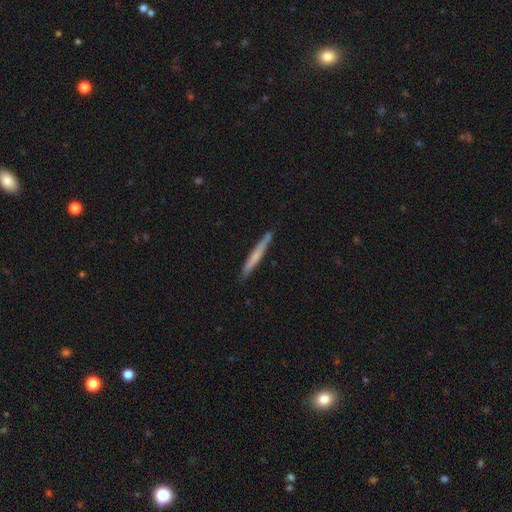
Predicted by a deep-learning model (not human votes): The model was most divided on "smooth or featured": smooth: 52%, featured or disk: 43%, star or artifact: 5%. More confident: how rounded — cigar-shaped (97%); merging — none (89%).